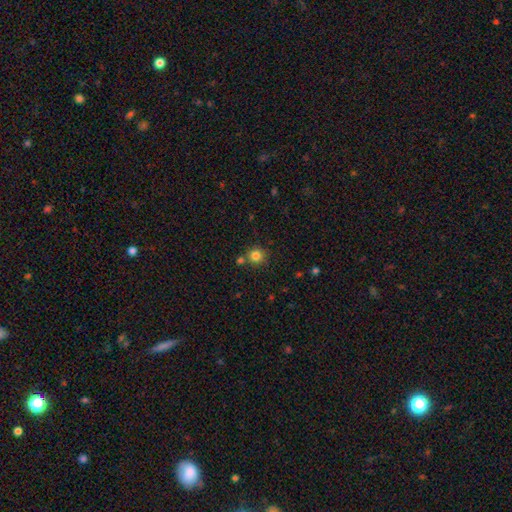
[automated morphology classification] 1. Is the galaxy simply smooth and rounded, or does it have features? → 82% smooth, 12% star or artifact, 6% featured or disk.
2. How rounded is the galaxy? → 92% round, 7% in between, 1% cigar-shaped.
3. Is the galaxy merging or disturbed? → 76% none, 13% merger, 9% minor disturbance, 3% major disturbance.